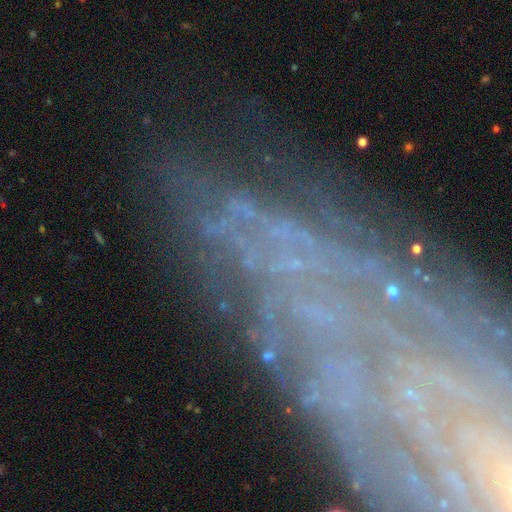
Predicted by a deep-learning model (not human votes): Smooth or featured? Predicted: featured or disk (p=0.59). Edge-on disk? Predicted: no (p=0.83). Merging? Predicted: none (p=0.67).